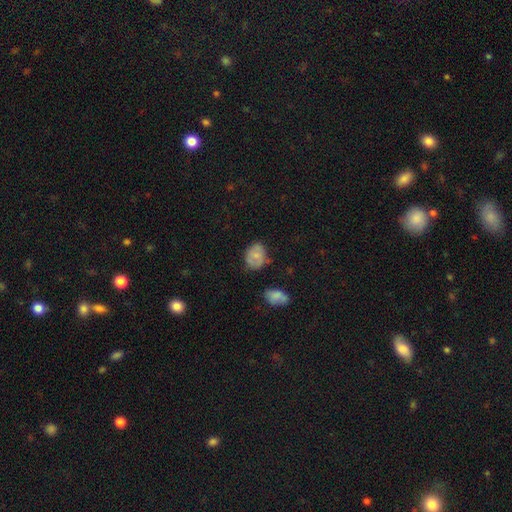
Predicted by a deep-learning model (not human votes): A smooth galaxy with no disk features (69%) that is in between round and cigar-shaped (53%).

Vote fractions:
- Smooth or featured? smooth: 69% / featured or disk: 23% / star or artifact: 9%
- How rounded? in between: 53% / round: 46% / cigar-shaped: 1%
- Merging? none: 62% / minor disturbance: 27% / major disturbance: 7% / merger: 4%